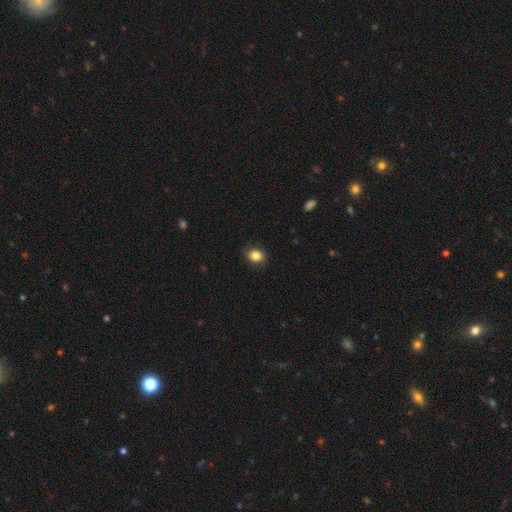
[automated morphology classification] Smooth or featured? smooth (84%)
How rounded? round (62%)
Merging? none (86%)